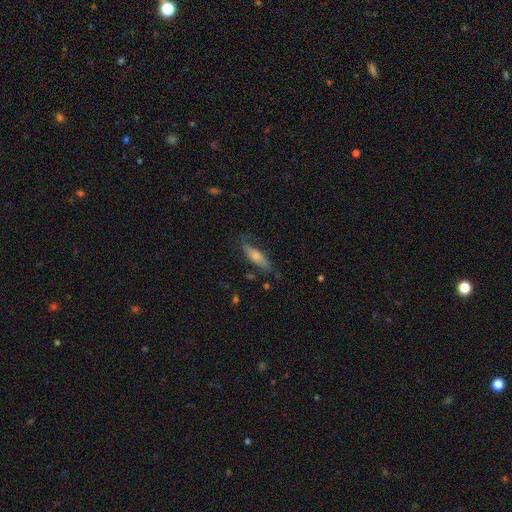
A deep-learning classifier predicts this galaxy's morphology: Smooth or featured? Predicted: smooth (p=0.46). Merging? Predicted: none (p=0.69).